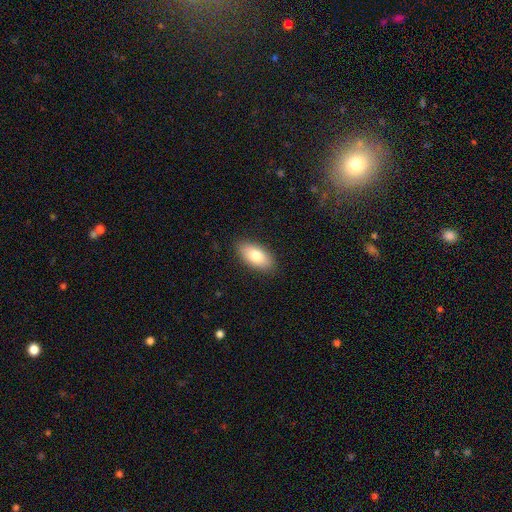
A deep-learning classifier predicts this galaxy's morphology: A smooth galaxy with no disk features (80%) that is in between round and cigar-shaped (91%). Merging: none (87%).